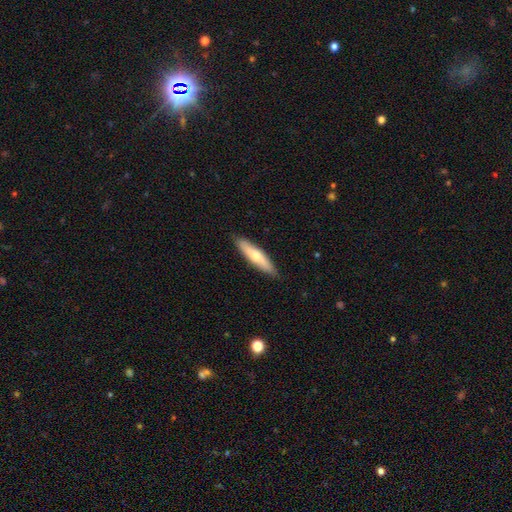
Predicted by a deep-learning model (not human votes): The model was most divided on "smooth or featured": smooth: 58%, featured or disk: 37%, star or artifact: 5%. More confident: merging — none (88%); how rounded — cigar-shaped (76%).